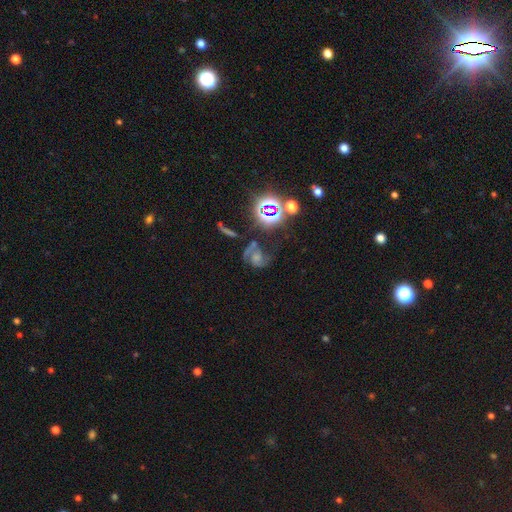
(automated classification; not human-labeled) Smooth or featured? featured or disk (58%)
Edge-on disk? no (96%)
Bar? no (67%)
Spiral arms? yes (86%)
Bulge size? moderate (34%)
Merging? none (43%)